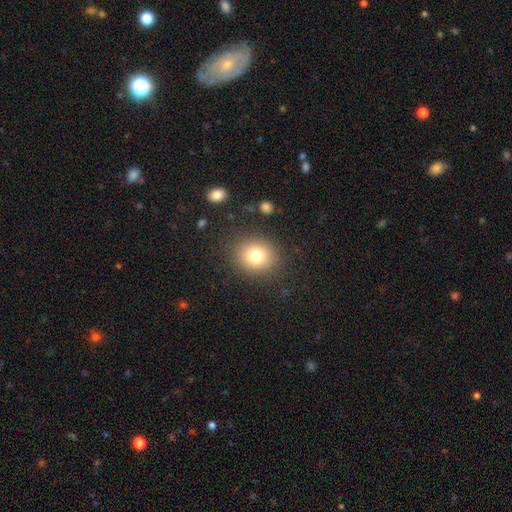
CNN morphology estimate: smooth_or_featured: smooth (p=0.78) [alt: star or artifact p=0.12]
how_rounded: round (p=0.74) [alt: in between p=0.25]
merging: none (p=0.86) [alt: minor disturbance p=0.09]